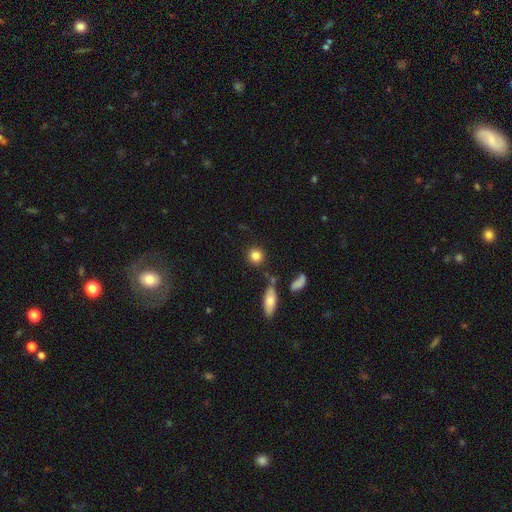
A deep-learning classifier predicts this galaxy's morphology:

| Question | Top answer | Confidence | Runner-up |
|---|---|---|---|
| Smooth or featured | smooth | 84% | star or artifact (9%) |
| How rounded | round | 86% | in between (12%) |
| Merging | none | 81% | minor disturbance (9%) |